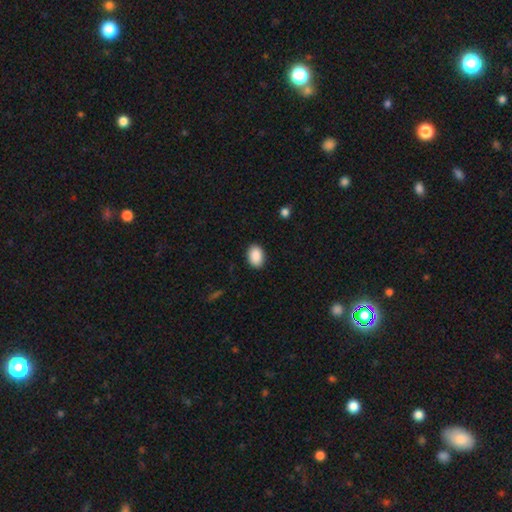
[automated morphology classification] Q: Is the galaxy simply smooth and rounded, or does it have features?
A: smooth — 90%.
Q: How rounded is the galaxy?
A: in between — 83%.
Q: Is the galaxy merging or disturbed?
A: none — 89%.